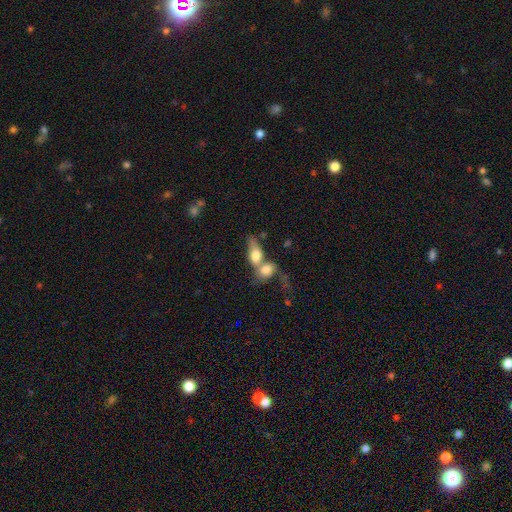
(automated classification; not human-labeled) This appears to be a smooth galaxy with no disk features (71%) that is in between round and cigar-shaped (72%). Merging: merger (77%).